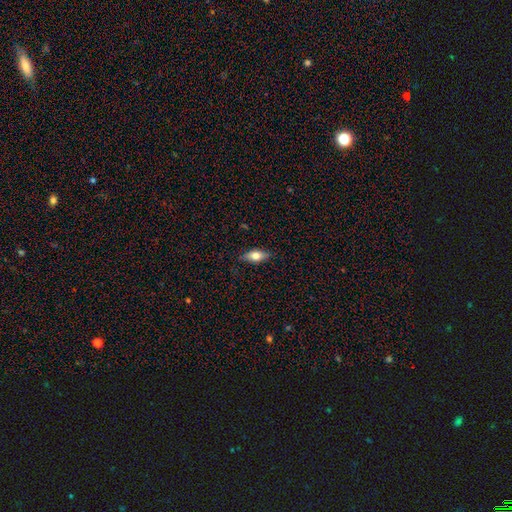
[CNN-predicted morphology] Overall: smooth (66%; featured or disk 27%). How rounded: in between (79%). Merging: none (83%).